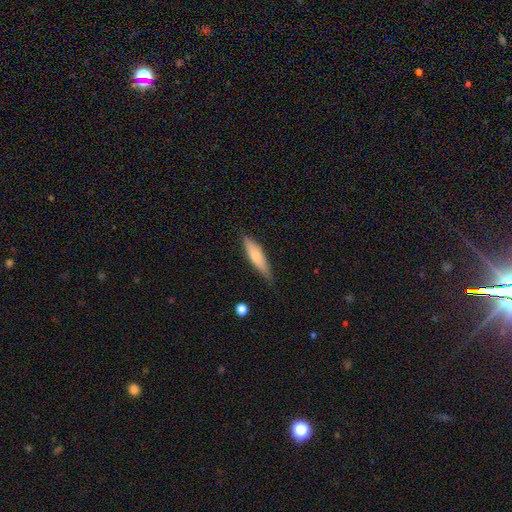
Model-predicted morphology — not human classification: smooth 66%, featured or disk 28%, star or artifact 6%. Down the decision tree: how rounded — cigar-shaped (74%); merging — none (79%).